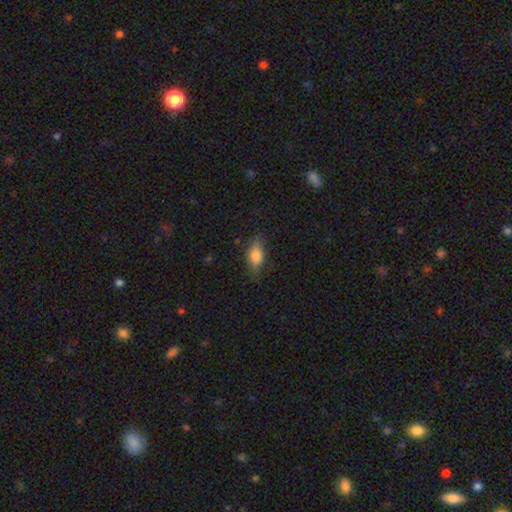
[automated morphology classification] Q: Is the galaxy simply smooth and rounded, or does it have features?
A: smooth — 74%.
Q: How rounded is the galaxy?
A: in between — 82%.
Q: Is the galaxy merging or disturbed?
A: none — 75%.